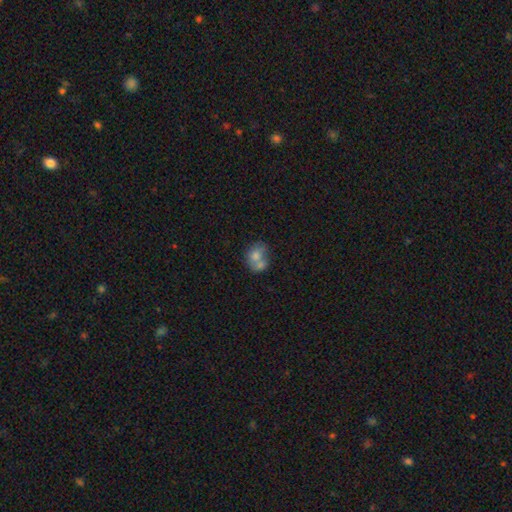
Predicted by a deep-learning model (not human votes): Smooth or featured?
  - smooth: 69% *
  - featured or disk: 22%
  - star or artifact: 9%
How rounded?
  - round: 53% *
  - in between: 46%
  - cigar-shaped: 1%
Merging?
  - merger: 61% *
  - none: 24%
  - minor disturbance: 10%
  - major disturbance: 5%